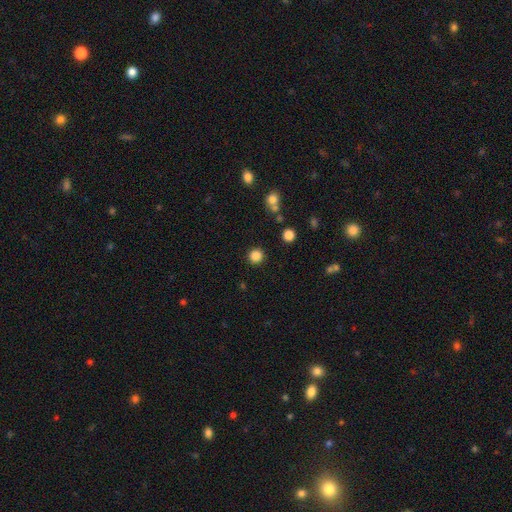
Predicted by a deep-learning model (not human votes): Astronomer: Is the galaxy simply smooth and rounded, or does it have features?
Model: smooth — 84%.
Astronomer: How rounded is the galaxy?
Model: round — 94%.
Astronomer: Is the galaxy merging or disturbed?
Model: none — 91%.